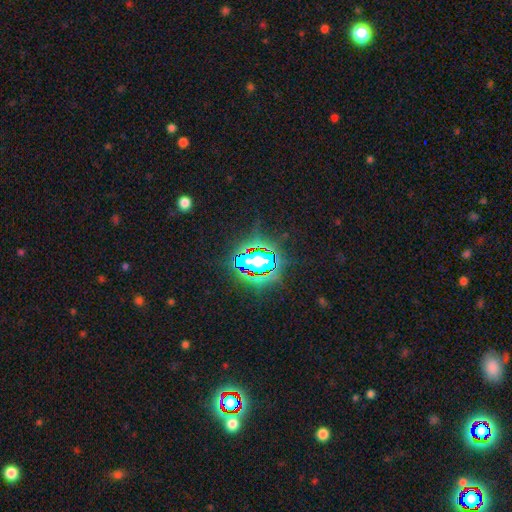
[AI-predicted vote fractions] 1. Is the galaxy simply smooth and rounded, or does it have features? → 82% star or artifact, 11% smooth, 7% featured or disk.